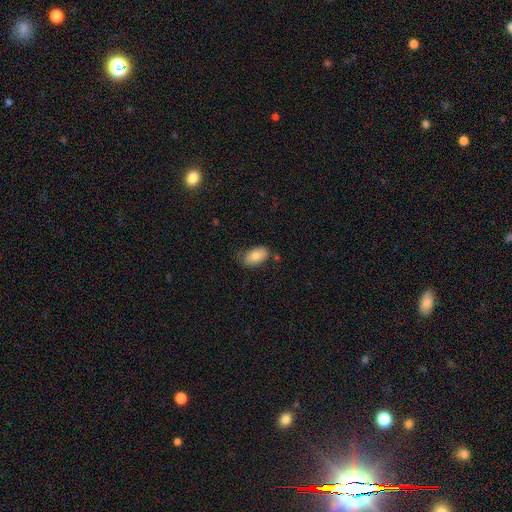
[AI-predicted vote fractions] Smooth or featured? Predicted: smooth (p=0.79). How rounded? Predicted: in between (p=0.93). Merging? Predicted: none (p=0.69).